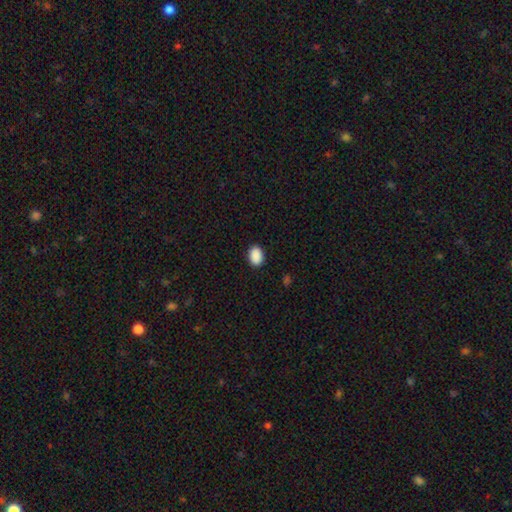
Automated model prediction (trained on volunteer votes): smooth 91%, star or artifact 7%, featured or disk 2%. Down the decision tree: how rounded — in between (82%); merging — none (90%).